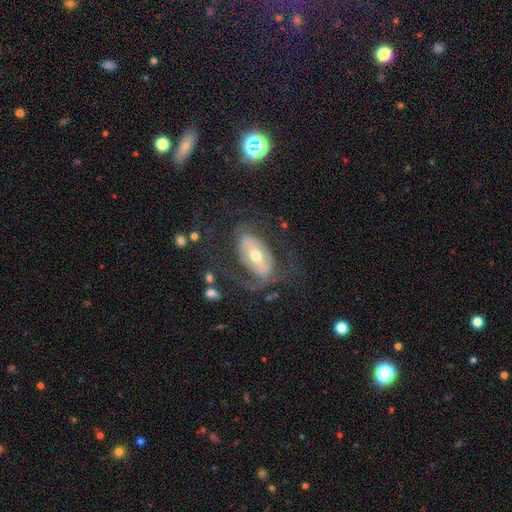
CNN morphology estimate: This appears to be a featured or disk galaxy (75%) with a strong bar (38%), 2 (65%) medium (41%) spiral arms (73%) and a moderate central bulge (65%). Merging: none (53%).